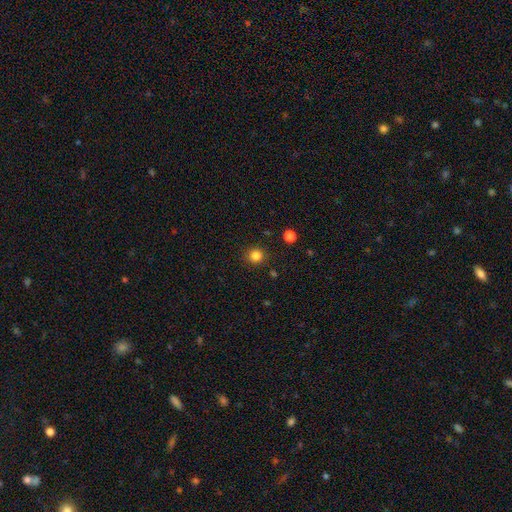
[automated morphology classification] This appears to be a smooth galaxy with no disk features (83%) that is round (92%). Merging: none (90%).